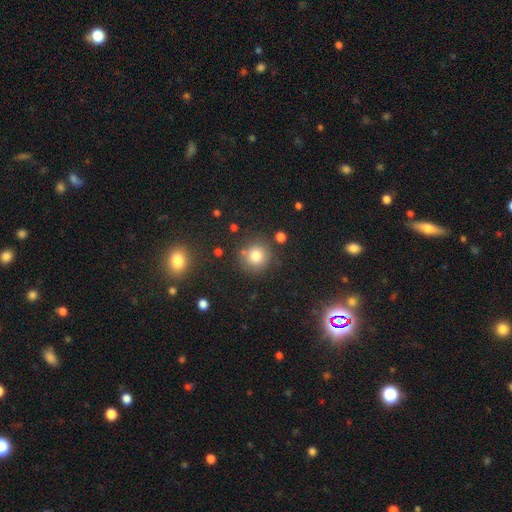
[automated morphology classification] A smooth galaxy with no disk features (78%) that is round (92%).

Vote fractions:
- Smooth or featured? smooth: 78% / star or artifact: 13% / featured or disk: 9%
- How rounded? round: 92% / in between: 7% / cigar-shaped: 1%
- Merging? none: 80% / minor disturbance: 10% / merger: 6% / major disturbance: 4%